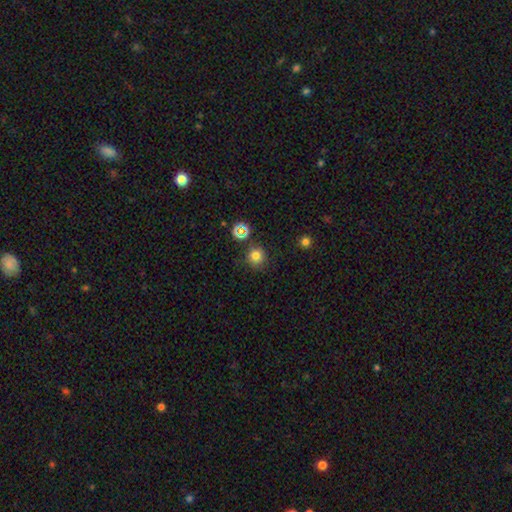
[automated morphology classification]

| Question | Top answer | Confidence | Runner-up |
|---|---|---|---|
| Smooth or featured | smooth | 75% | star or artifact (18%) |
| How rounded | round | 93% | in between (6%) |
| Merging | none | 84% | minor disturbance (9%) |